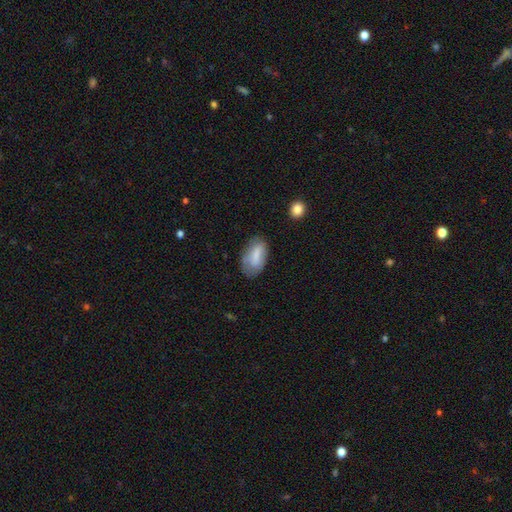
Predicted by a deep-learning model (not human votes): A smooth galaxy with no disk features (73%) that is in between round and cigar-shaped (93%).

Vote fractions:
- Smooth or featured? smooth: 73% / featured or disk: 20% / star or artifact: 7%
- How rounded? in between: 93% / round: 4% / cigar-shaped: 3%
- Merging? none: 66% / minor disturbance: 24% / major disturbance: 8% / merger: 2%